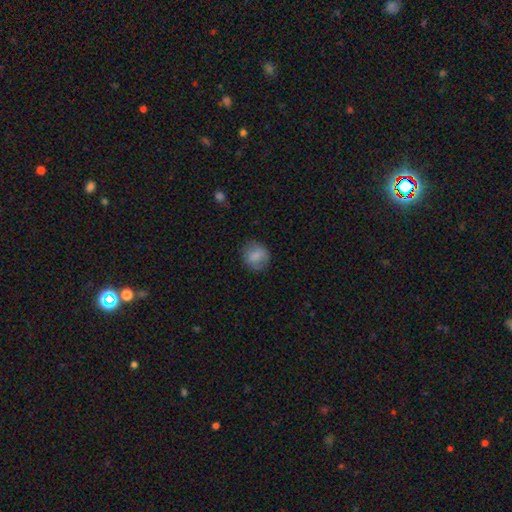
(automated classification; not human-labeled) smooth_or_featured: smooth (p=0.80) [alt: featured or disk p=0.12]
how_rounded: round (p=0.81) [alt: in between p=0.18]
merging: none (p=0.79) [alt: minor disturbance p=0.15]